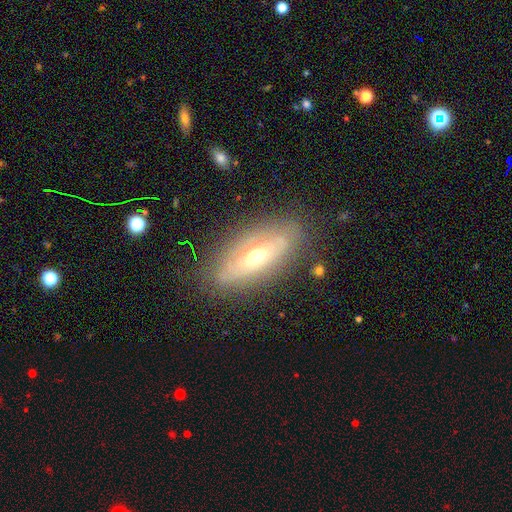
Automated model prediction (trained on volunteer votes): Smooth or featured?
  - featured or disk: 68% *
  - smooth: 25%
  - star or artifact: 7%
Edge-on disk?
  - no: 75% *
  - yes: 25%
Bar?
  - no: 70% *
  - weak: 21%
  - strong: 9%
Spiral arms?
  - no: 52% *
  - yes: 48%
Bulge size?
  - moderate: 72% *
  - small: 18%
  - large: 8%
  - dominant: 1%
  - none: 1%
Merging?
  - none: 76% *
  - minor disturbance: 17%
  - major disturbance: 6%
  - merger: 2%